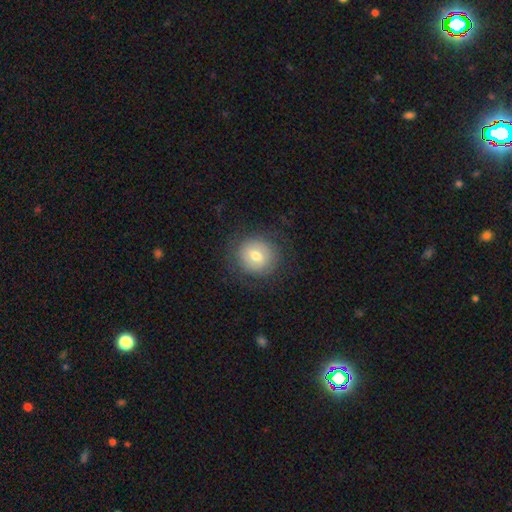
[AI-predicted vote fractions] A smooth galaxy with no disk features (63%) that is round (88%). Merging: none (81%).